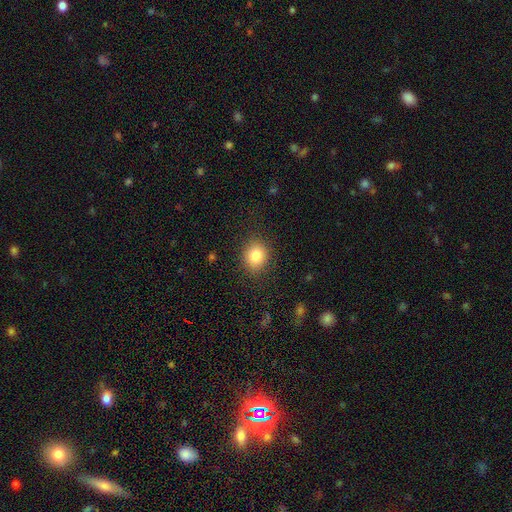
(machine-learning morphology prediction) smooth_or_featured: smooth (p=0.82) [alt: star or artifact p=0.10]
how_rounded: round (p=0.69) [alt: in between p=0.30]
merging: none (p=0.87) [alt: minor disturbance p=0.09]